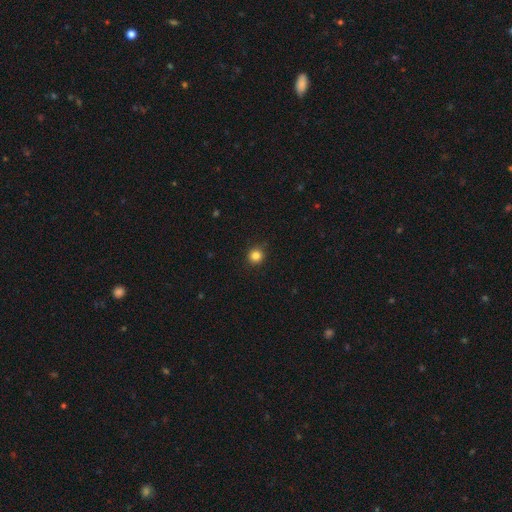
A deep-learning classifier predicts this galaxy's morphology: Overall: smooth (84%). How rounded: round (92%). Merging: none (90%).